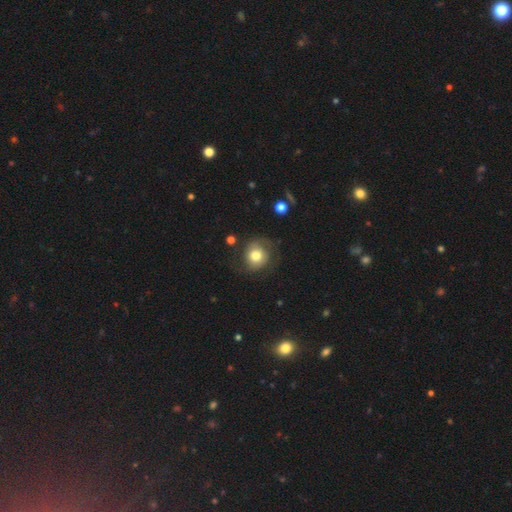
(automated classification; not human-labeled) The model was most divided on "smooth or featured": smooth: 61%, featured or disk: 31%, star or artifact: 9%. More confident: how rounded — round (81%); merging — none (64%).